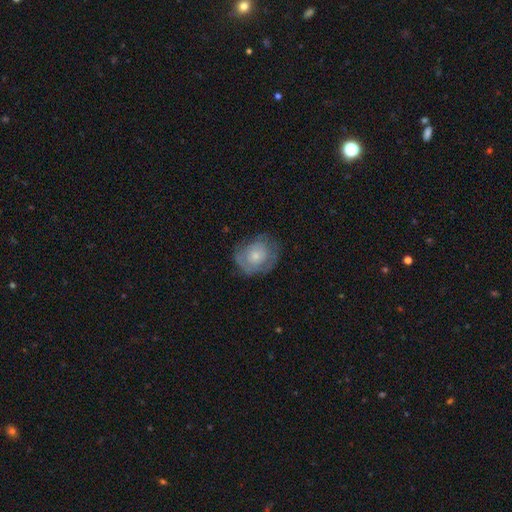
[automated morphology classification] This appears to be a smooth galaxy with no disk features (51%) that is round (59%). Merging: none (61%).